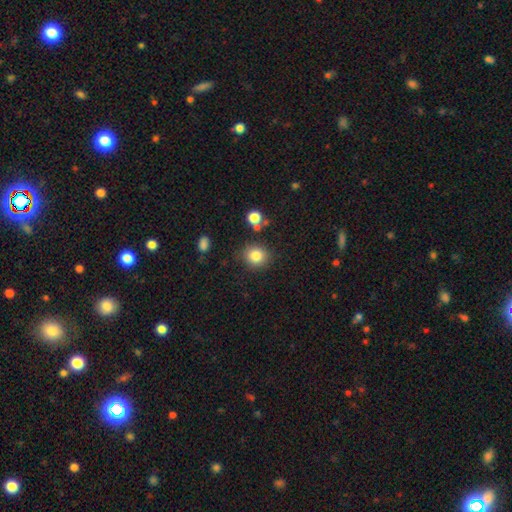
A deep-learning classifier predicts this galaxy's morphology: A smooth galaxy with no disk features (83%) that is round (82%).

Vote fractions:
- Smooth or featured? smooth: 83% / star or artifact: 11% / featured or disk: 6%
- How rounded? round: 82% / in between: 17% / cigar-shaped: 1%
- Merging? none: 82% / minor disturbance: 10% / merger: 5% / major disturbance: 3%